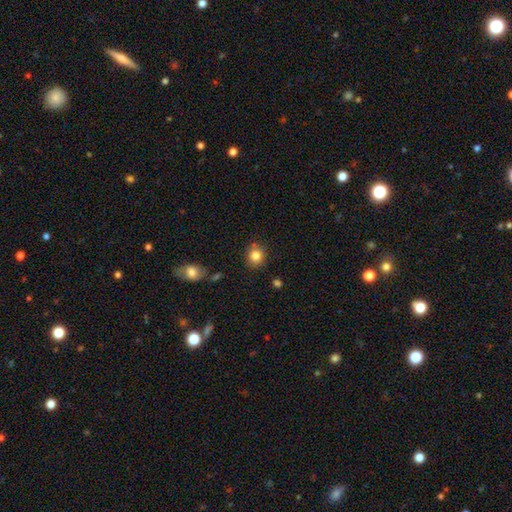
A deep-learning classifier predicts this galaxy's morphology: type=smooth (84%); roundness=round (83%); merging=none (84%).